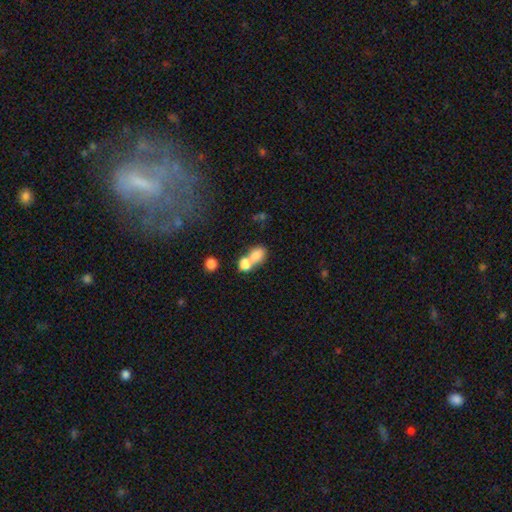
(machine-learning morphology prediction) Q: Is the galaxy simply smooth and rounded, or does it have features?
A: smooth — 78%.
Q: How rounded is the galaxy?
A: in between — 54%.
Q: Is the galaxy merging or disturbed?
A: merger — 58%.